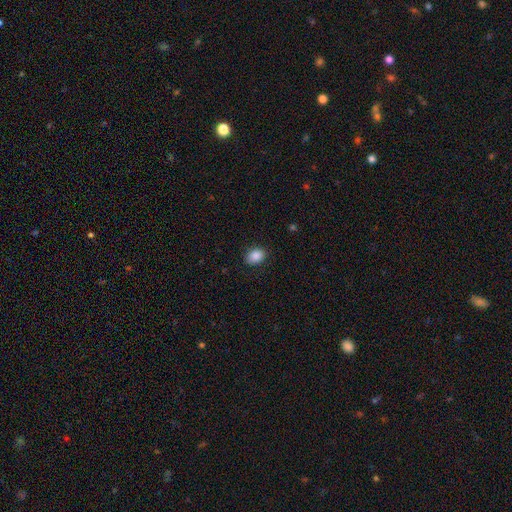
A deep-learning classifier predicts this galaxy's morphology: Smooth or featured? Predicted: smooth (p=0.88). How rounded? Predicted: in between (p=0.71). Merging? Predicted: none (p=0.86).